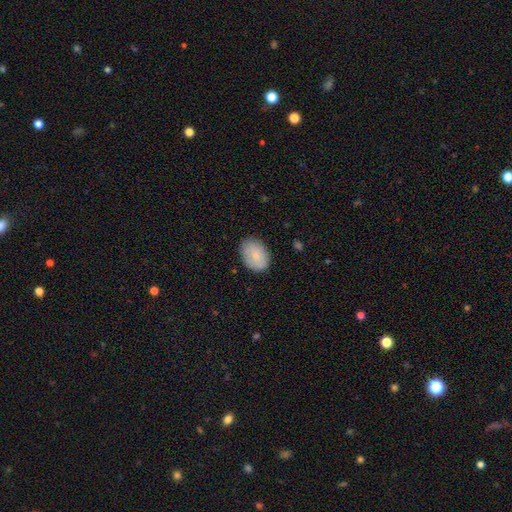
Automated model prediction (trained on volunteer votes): Smooth or featured?
  - smooth: 81% *
  - featured or disk: 13%
  - star or artifact: 7%
How rounded?
  - in between: 82% *
  - round: 17%
  - cigar-shaped: 1%
Merging?
  - none: 81% *
  - minor disturbance: 15%
  - major disturbance: 3%
  - merger: 1%